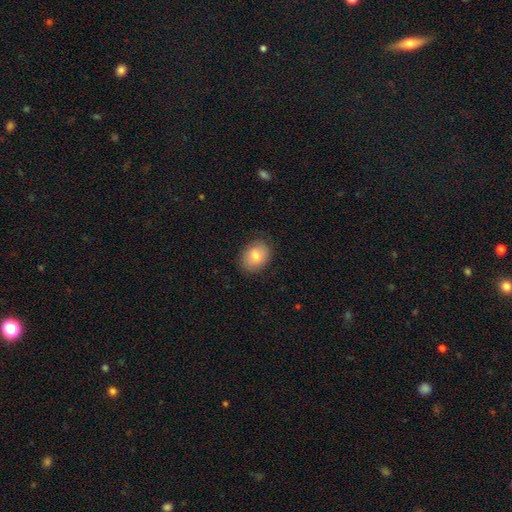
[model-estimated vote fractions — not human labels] Smooth or featured?
  - smooth: 79% *
  - featured or disk: 14%
  - star or artifact: 8%
How rounded?
  - in between: 52% *
  - round: 47%
  - cigar-shaped: 1%
Merging?
  - none: 83% *
  - minor disturbance: 12%
  - major disturbance: 3%
  - merger: 1%